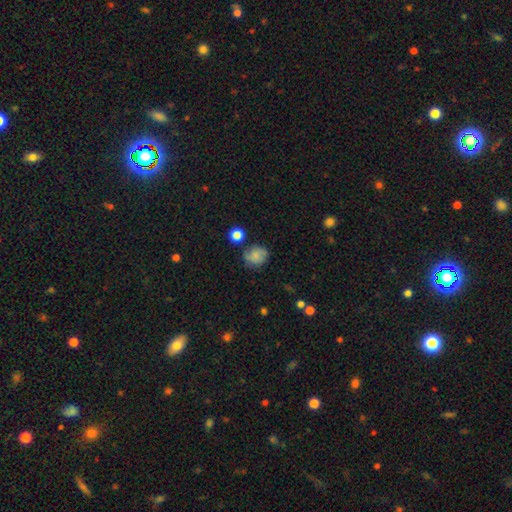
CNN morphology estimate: A smooth galaxy with no disk features (75%) that is round (73%). Merging: none (68%).